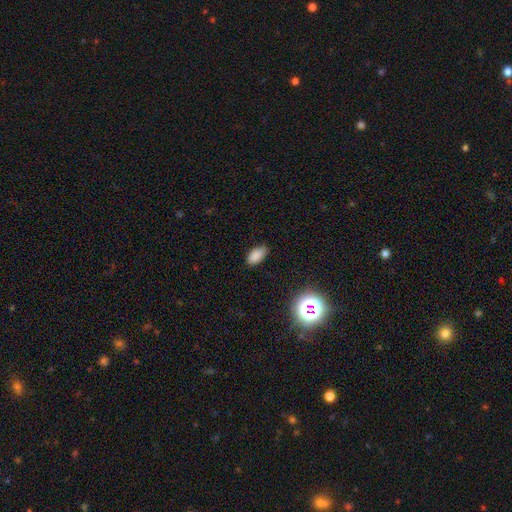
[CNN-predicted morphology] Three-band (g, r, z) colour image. It shows a smooth galaxy with no disk features (82%) that is in between round and cigar-shaped (92%). Merging: none (78%).